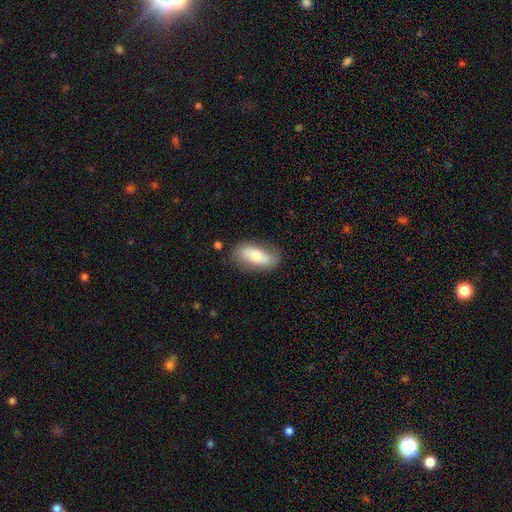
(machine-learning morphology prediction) smooth_or_featured: smooth (p=0.61) [alt: featured or disk p=0.32]
how_rounded: in between (p=0.83) [alt: cigar-shaped p=0.13]
merging: none (p=0.77) [alt: minor disturbance p=0.17]